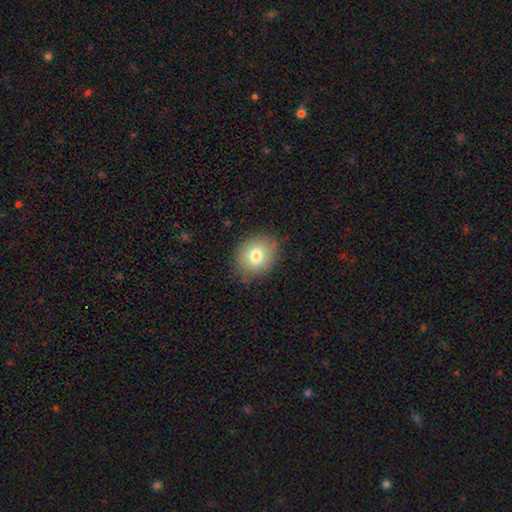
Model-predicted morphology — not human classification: type=smooth (77%); roundness=round (60%); merging=none (83%).